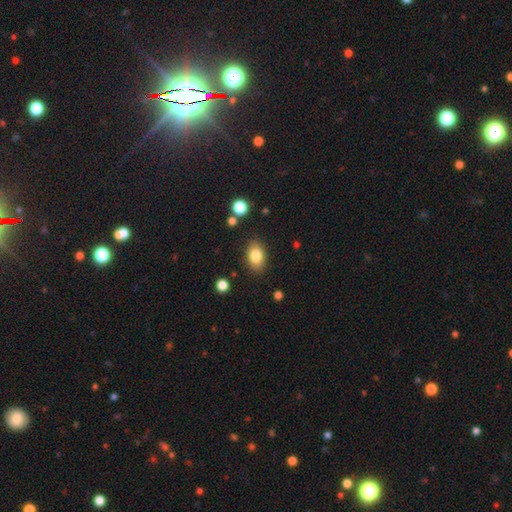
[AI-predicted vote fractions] The model was most divided on "how rounded": in between: 83%, round: 15%, cigar-shaped: 1%. More confident: merging — none (85%); smooth or featured — smooth (83%).